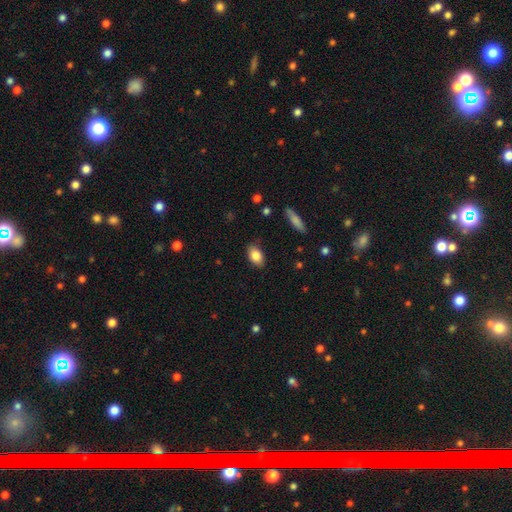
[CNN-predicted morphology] Smooth or featured? Predicted: smooth (p=0.84). How rounded? Predicted: in between (p=0.88). Merging? Predicted: none (p=0.83).